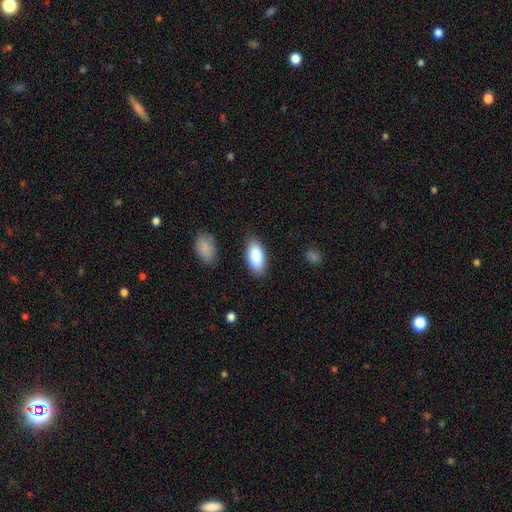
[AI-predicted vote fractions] Smooth or featured? smooth (86%)
How rounded? in between (90%)
Merging? none (86%)